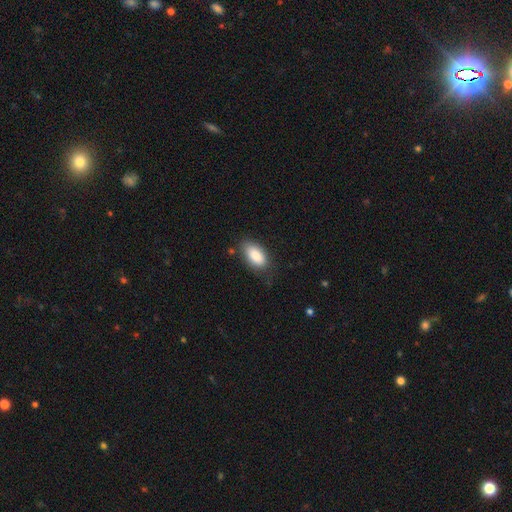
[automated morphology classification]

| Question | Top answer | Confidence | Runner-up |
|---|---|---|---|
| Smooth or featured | smooth | 87% | featured or disk (7%) |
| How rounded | in between | 92% | cigar-shaped (4%) |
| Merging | none | 75% | minor disturbance (19%) |